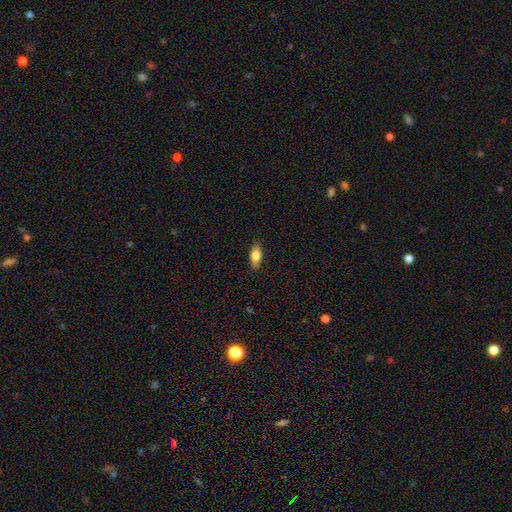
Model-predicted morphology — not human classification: The model was most divided on "smooth or featured": smooth: 75%, featured or disk: 18%, star or artifact: 7%. More confident: merging — none (87%); how rounded — in between (81%).